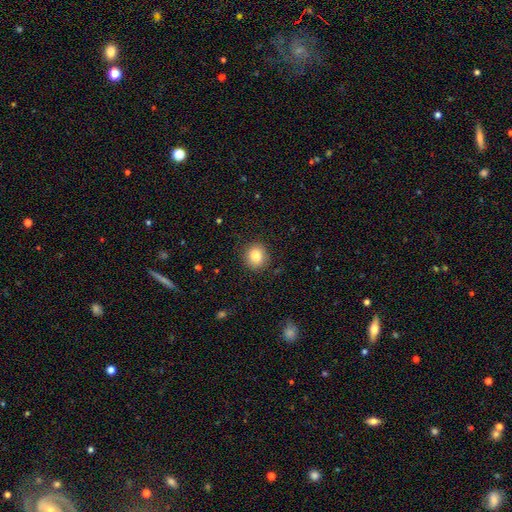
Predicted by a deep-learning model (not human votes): smooth_or_featured: smooth (p=0.84) [alt: star or artifact p=0.09]
how_rounded: round (p=0.78) [alt: in between p=0.22]
merging: none (p=0.88) [alt: minor disturbance p=0.09]